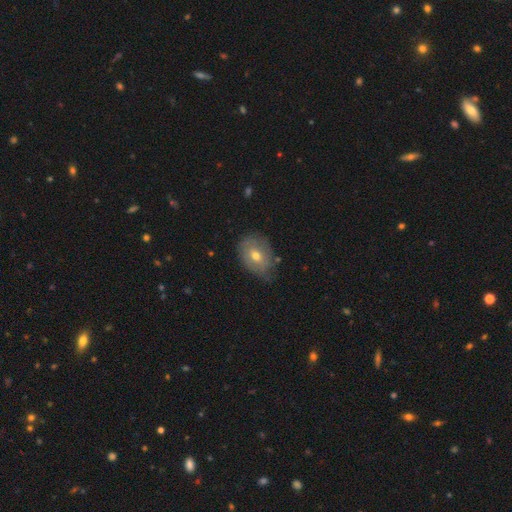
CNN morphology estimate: Q: Smooth or featured?
A: smooth (54%); runner-up: featured or disk (37%)
Q: How rounded?
A: in between (68%); runner-up: round (30%)
Q: Merging?
A: none (61%); runner-up: minor disturbance (30%)